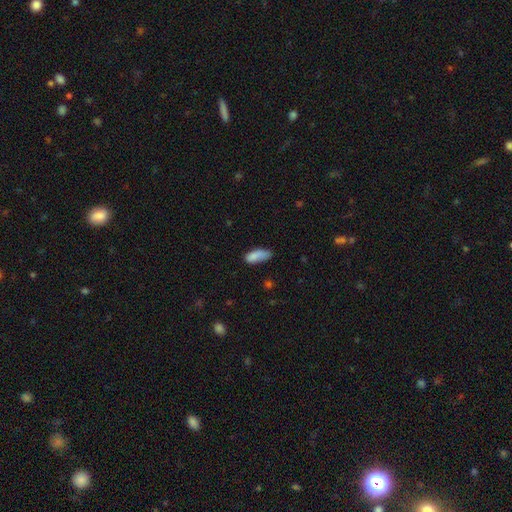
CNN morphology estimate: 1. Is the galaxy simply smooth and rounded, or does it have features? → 84% smooth, 8% featured or disk, 8% star or artifact.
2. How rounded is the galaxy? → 76% in between, 21% cigar-shaped, 2% round.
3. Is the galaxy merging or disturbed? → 54% none, 33% minor disturbance, 10% major disturbance, 4% merger.